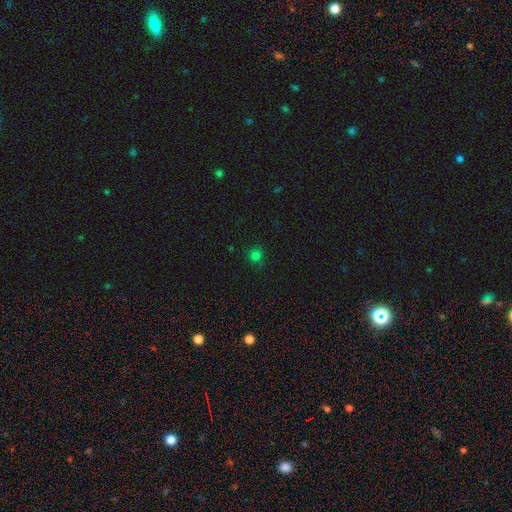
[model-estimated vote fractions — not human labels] The model was most divided on "smooth or featured": smooth: 76%, star or artifact: 20%, featured or disk: 5%. More confident: how rounded — round (88%); merging — none (83%).